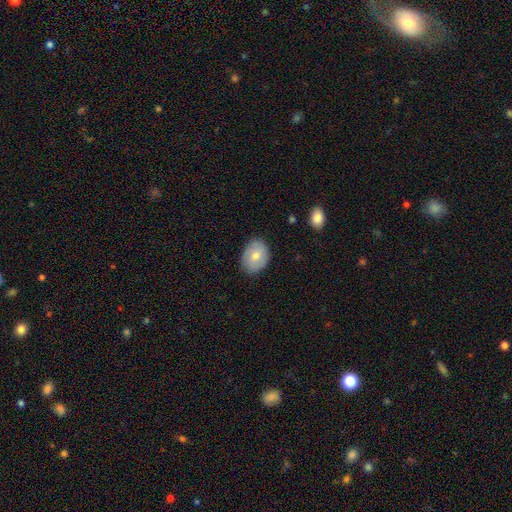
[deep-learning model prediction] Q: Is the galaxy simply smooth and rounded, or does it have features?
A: smooth — 72%.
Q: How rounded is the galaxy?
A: in between — 63%.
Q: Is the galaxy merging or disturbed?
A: none — 83%.